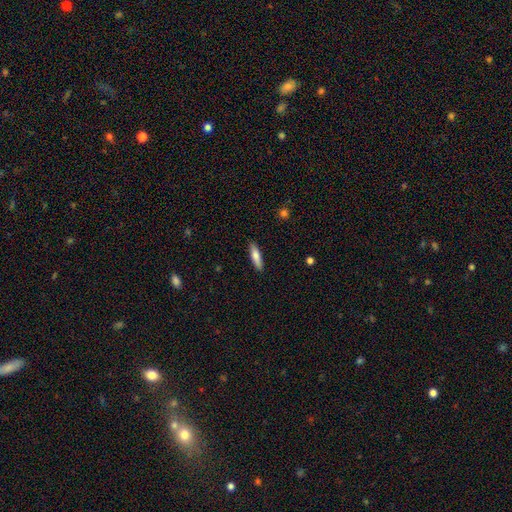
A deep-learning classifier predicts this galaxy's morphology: Smooth or featured?
  - smooth: 75% *
  - featured or disk: 19%
  - star or artifact: 6%
How rounded?
  - cigar-shaped: 71% *
  - in between: 28%
  - round: 2%
Merging?
  - none: 89% *
  - minor disturbance: 9%
  - major disturbance: 2%
  - merger: 1%